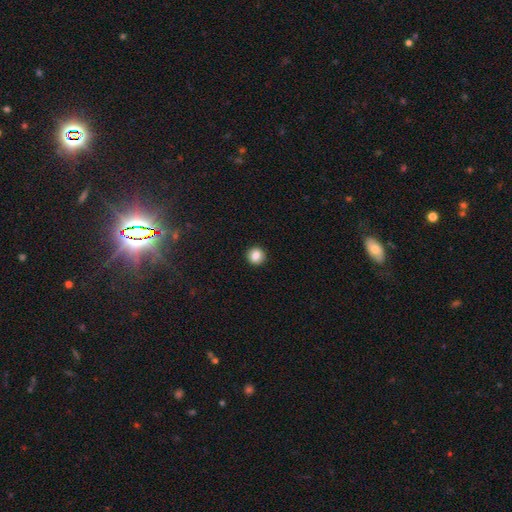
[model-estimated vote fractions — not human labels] A smooth galaxy with no disk features (85%) that is round (91%). Merging: none (92%).